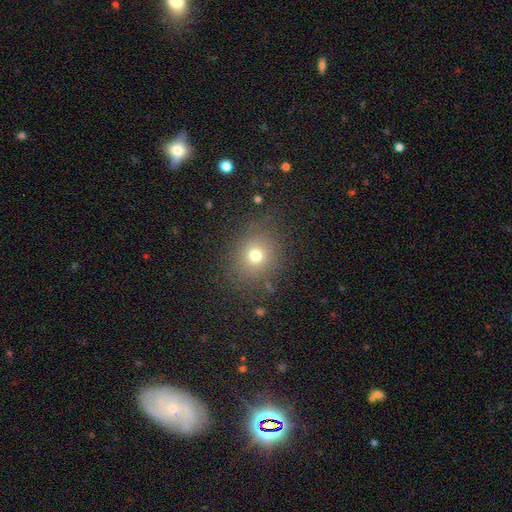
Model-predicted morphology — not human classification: The model was most divided on "smooth or featured": smooth: 71%, star or artifact: 18%, featured or disk: 11%. More confident: merging — none (83%); how rounded — round (76%).